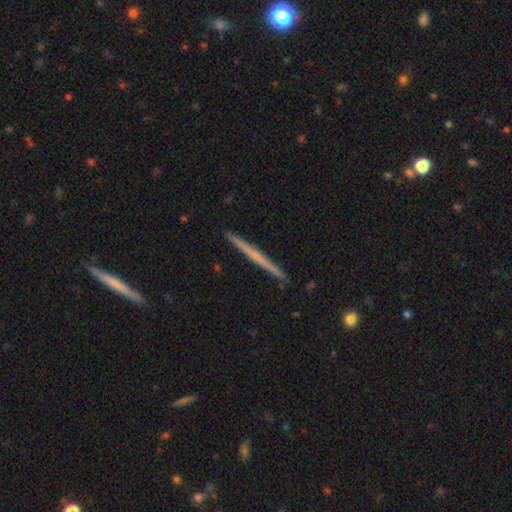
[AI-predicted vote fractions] This is possibly a featured or disk galaxy (57%). It is clearly viewed edge-on (98%). Edge-on bulge: clearly none (82%). Merging: clearly none (93%).